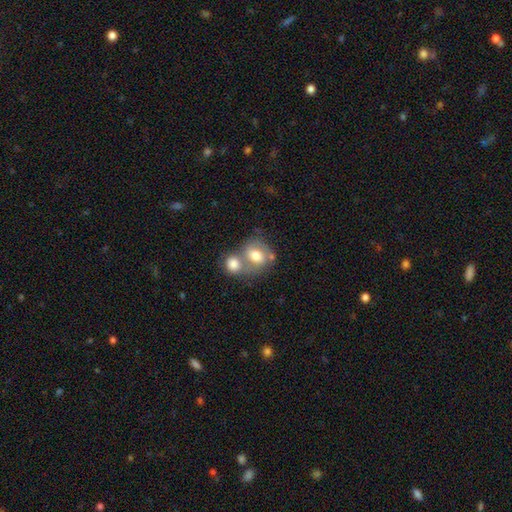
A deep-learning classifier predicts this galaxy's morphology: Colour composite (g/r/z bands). It shows a smooth galaxy with no disk features (66%) that is round (59%). Merging: merger (55%).